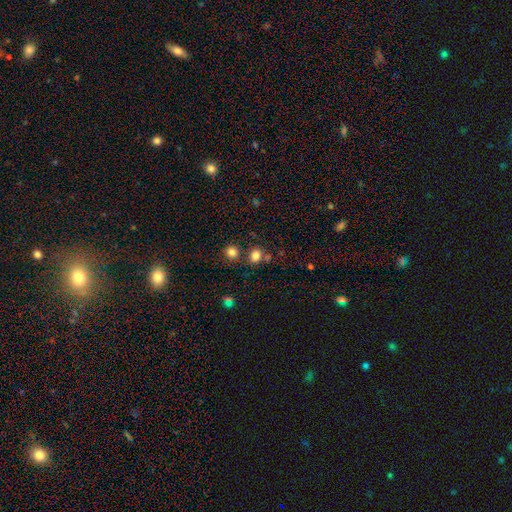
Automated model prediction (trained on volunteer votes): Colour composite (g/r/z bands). It shows a smooth galaxy with no disk features (81%) that is round (62%). Merging: none (69%).